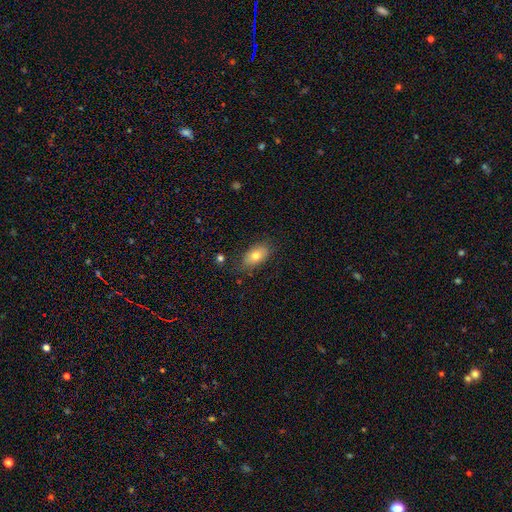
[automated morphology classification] Smooth or featured?
  - smooth: 75% *
  - featured or disk: 17%
  - star or artifact: 8%
How rounded?
  - in between: 90% *
  - round: 7%
  - cigar-shaped: 4%
Merging?
  - none: 78% *
  - minor disturbance: 16%
  - major disturbance: 4%
  - merger: 2%